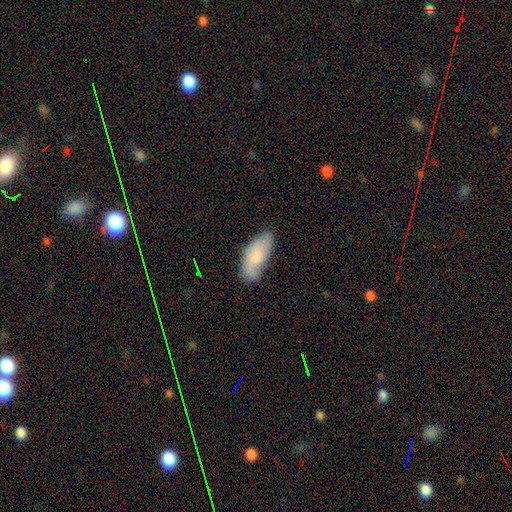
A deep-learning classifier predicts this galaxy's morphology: This appears to be a smooth galaxy with no disk features (70%) that is in between round and cigar-shaped (86%). Merging: none (60%).